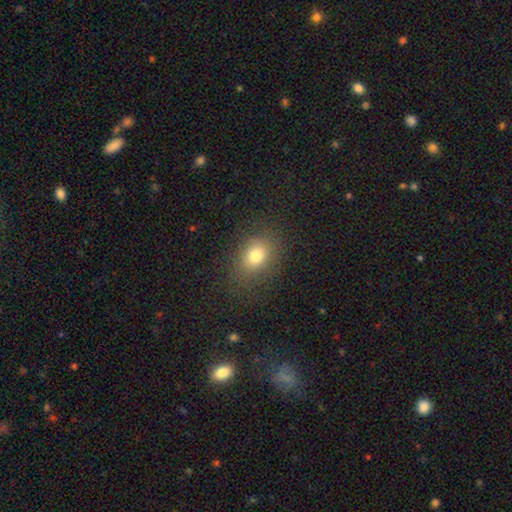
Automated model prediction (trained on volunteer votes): smooth_or_featured: smooth (p=0.77) [alt: star or artifact p=0.14]
how_rounded: in between (p=0.61) [alt: round p=0.38]
merging: none (p=0.82) [alt: minor disturbance p=0.12]